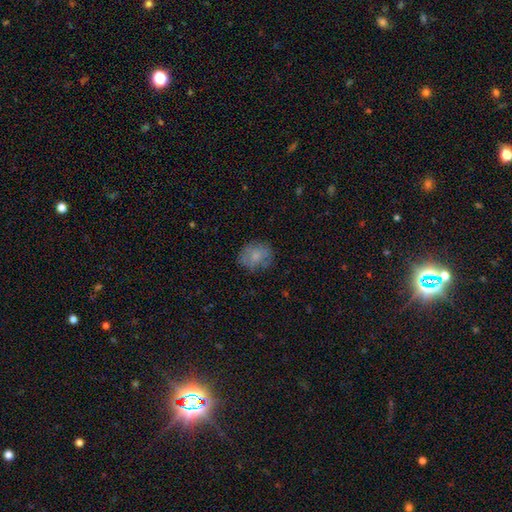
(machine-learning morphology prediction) Smooth or featured? Predicted: smooth (p=0.75). How rounded? Predicted: round (p=0.59). Merging? Predicted: none (p=0.74).